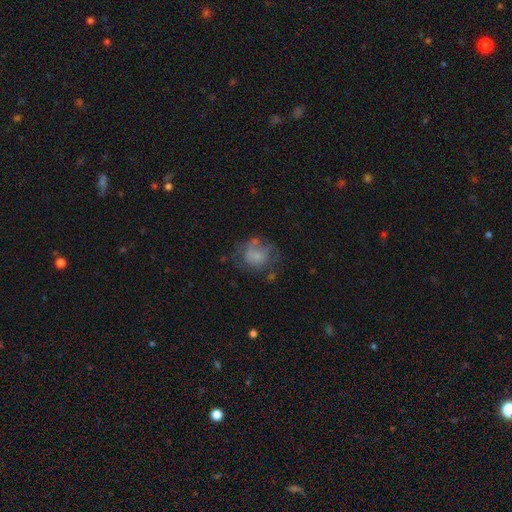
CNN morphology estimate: Smooth or featured? Predicted: smooth (p=0.57). How rounded? Predicted: round (p=0.64). Merging? Predicted: none (p=0.43).